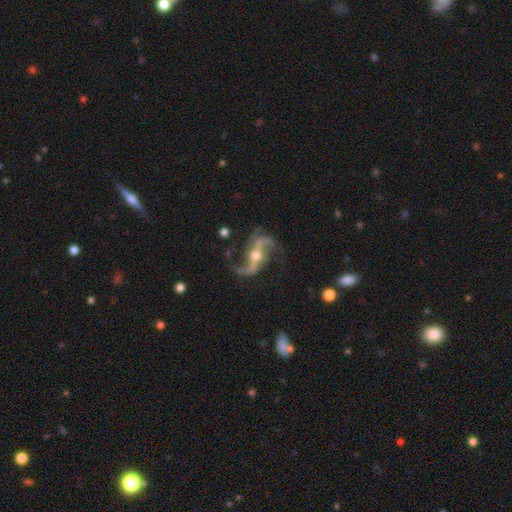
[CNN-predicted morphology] Overall: featured or disk (91%). Edge-on disk: no (96%). Bar: weak (35%; no 34%). Spiral arms: yes (97%). Spiral arm count: 2 (87%). Spiral winding: loose (73%). Bulge size: moderate (64%; small 27%). Merging: none (72%).